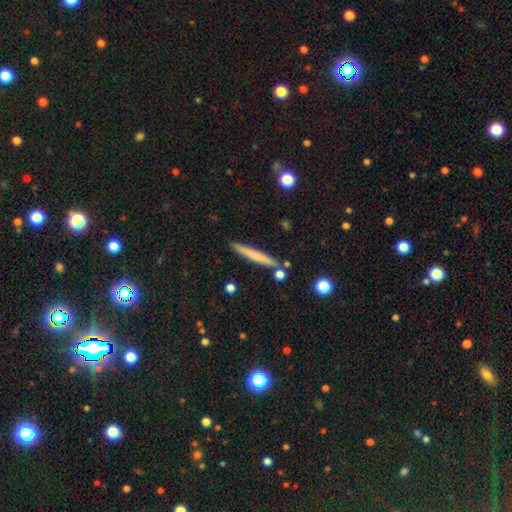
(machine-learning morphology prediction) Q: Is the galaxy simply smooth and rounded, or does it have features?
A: smooth — 61%.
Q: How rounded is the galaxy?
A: cigar-shaped — 96%.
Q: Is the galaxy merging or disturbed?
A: none — 86%.